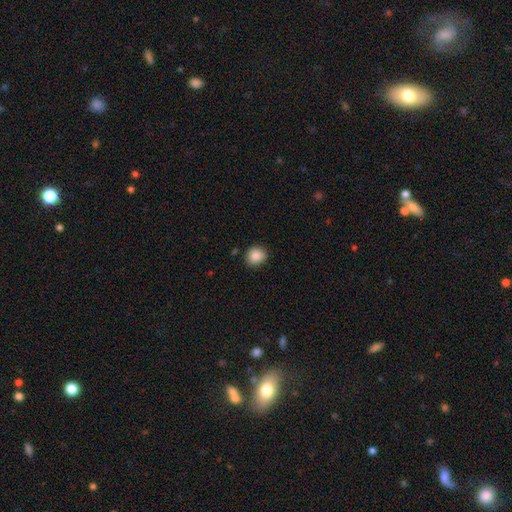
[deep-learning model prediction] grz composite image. It shows a smooth galaxy with no disk features (88%) that is round (80%). Merging: none (87%).